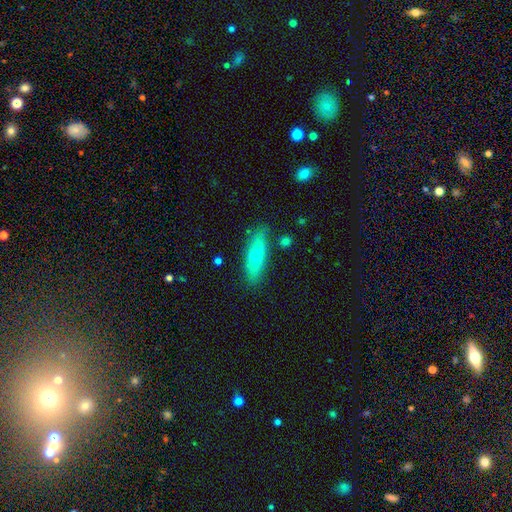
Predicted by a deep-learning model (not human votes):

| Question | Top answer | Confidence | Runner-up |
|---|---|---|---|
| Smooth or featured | smooth | 65% | featured or disk (29%) |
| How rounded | cigar-shaped | 55% | in between (43%) |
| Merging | none | 80% | minor disturbance (14%) |